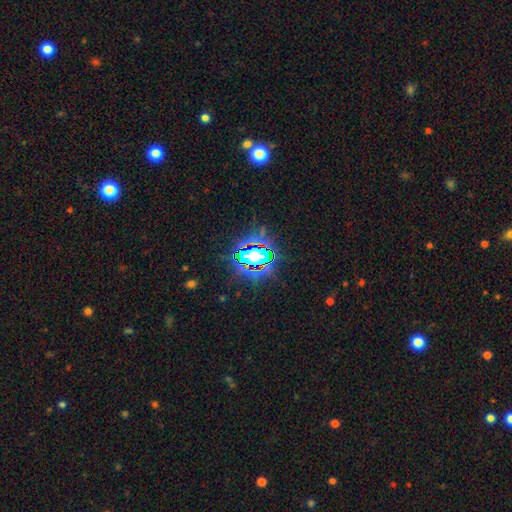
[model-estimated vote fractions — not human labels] This is clearly a star or artifact rather than a galaxy (81%).